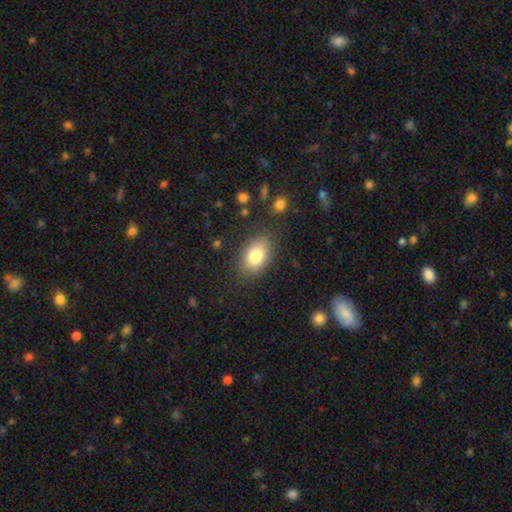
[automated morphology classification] Smooth or featured? smooth (80%)
How rounded? in between (86%)
Merging? none (82%)